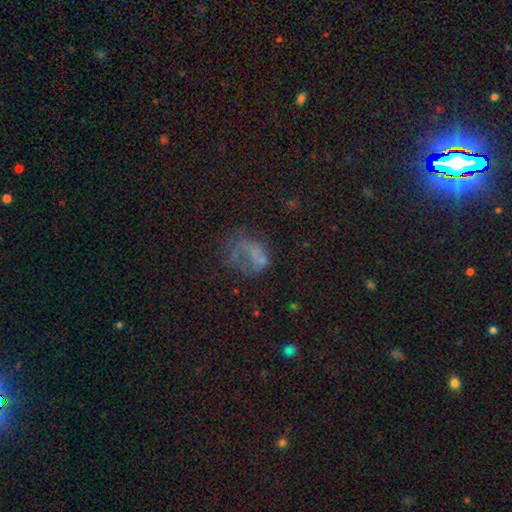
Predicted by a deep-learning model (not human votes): Q: Smooth or featured?
A: smooth (42%); runner-up: featured or disk (36%)
Q: Merging?
A: major disturbance (43%); runner-up: none (30%)